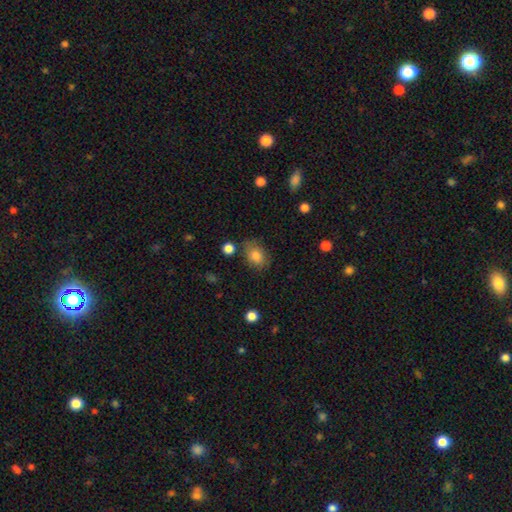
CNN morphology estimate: Smooth or featured? Predicted: smooth (p=0.82). How rounded? Predicted: in between (p=0.70). Merging? Predicted: none (p=0.74).